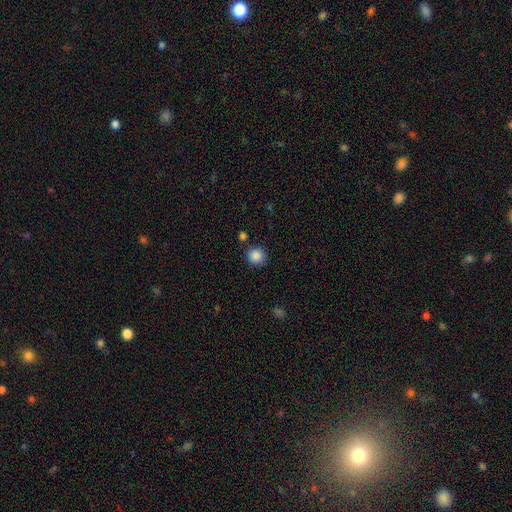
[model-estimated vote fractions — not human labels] A smooth galaxy with no disk features (87%) that is round (91%).

Vote fractions:
- Smooth or featured? smooth: 87% / star or artifact: 10% / featured or disk: 3%
- How rounded? round: 91% / in between: 8% / cigar-shaped: 1%
- Merging? none: 85% / minor disturbance: 8% / merger: 4% / major disturbance: 3%